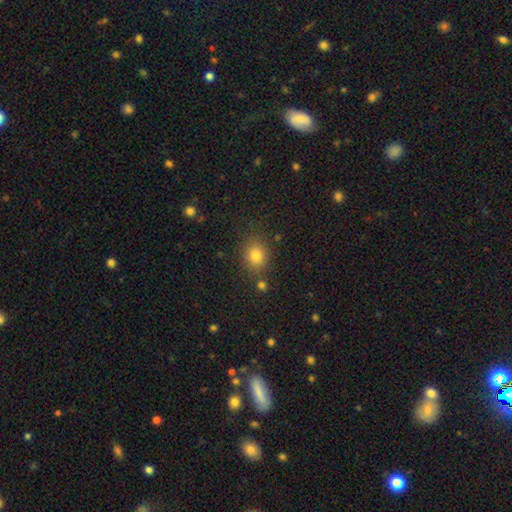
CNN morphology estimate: Smooth or featured? Predicted: smooth (p=0.80). How rounded? Predicted: round (p=0.58). Merging? Predicted: none (p=0.78).